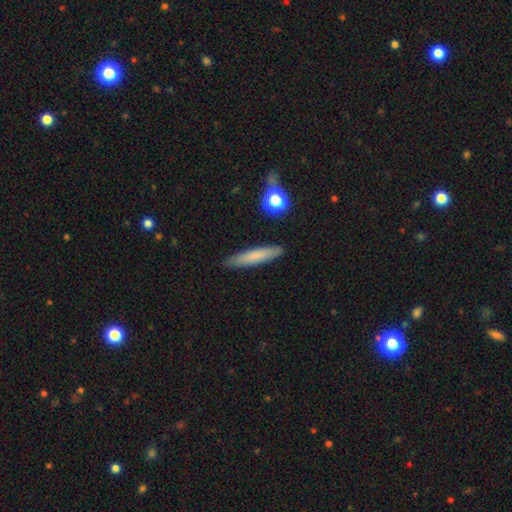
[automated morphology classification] smooth 75%, featured or disk 18%, star or artifact 8%. Down the decision tree: how rounded — cigar-shaped (89%); merging — none (87%).